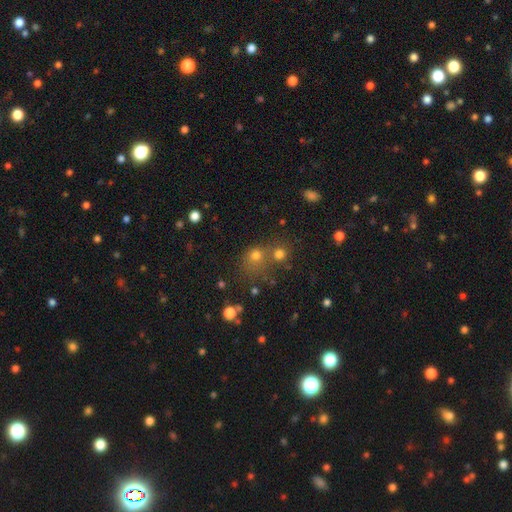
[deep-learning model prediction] The model was most divided on "merging": none: 48%, merger: 37%, minor disturbance: 9%, major disturbance: 6%. More confident: how rounded — round (80%); smooth or featured — smooth (71%).